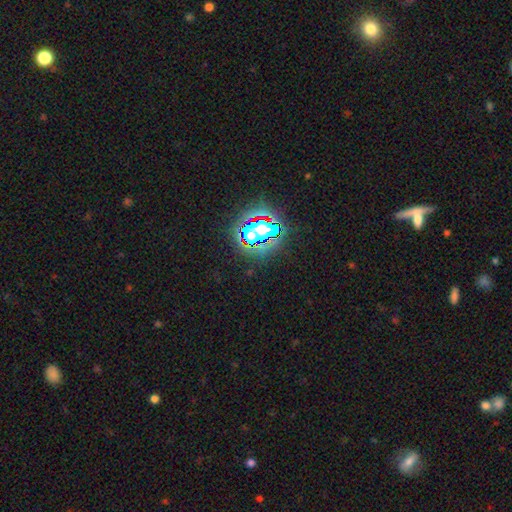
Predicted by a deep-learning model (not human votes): This appears to be a star or artifact, not a galaxy (81%).